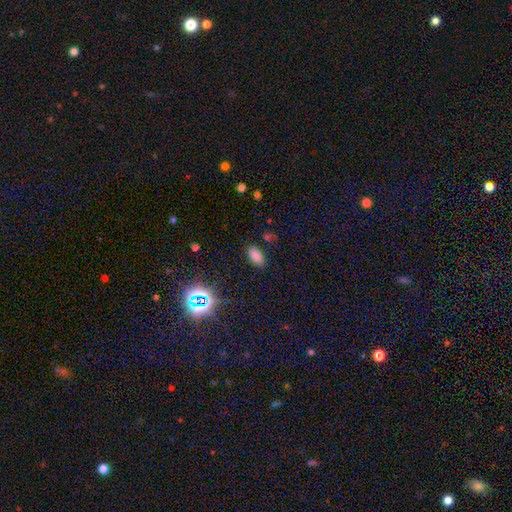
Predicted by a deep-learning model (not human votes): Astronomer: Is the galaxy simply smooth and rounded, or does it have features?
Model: smooth — 77%.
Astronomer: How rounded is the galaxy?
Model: in between — 90%.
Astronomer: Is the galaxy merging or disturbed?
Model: none — 84%.